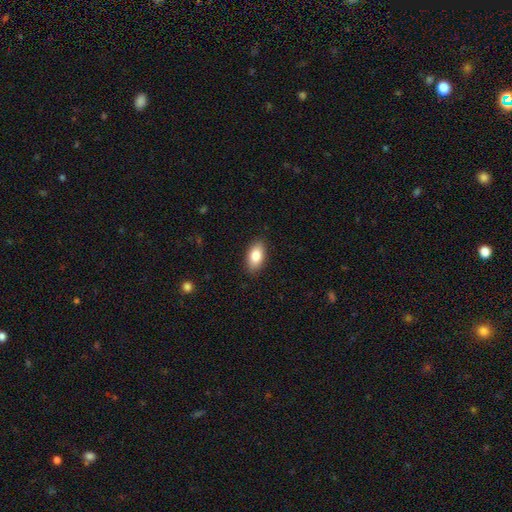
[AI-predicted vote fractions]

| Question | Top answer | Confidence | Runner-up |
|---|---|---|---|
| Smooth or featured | smooth | 84% | featured or disk (10%) |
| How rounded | in between | 93% | round (4%) |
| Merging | none | 89% | minor disturbance (9%) |